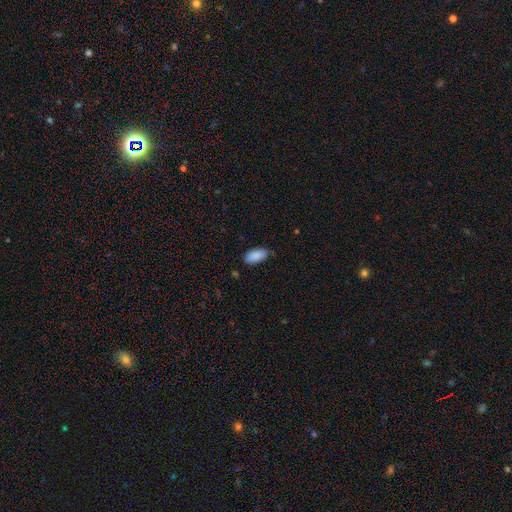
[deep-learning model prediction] smooth 90%, star or artifact 6%, featured or disk 4%. Down the decision tree: how rounded — in between (93%); merging — none (83%).